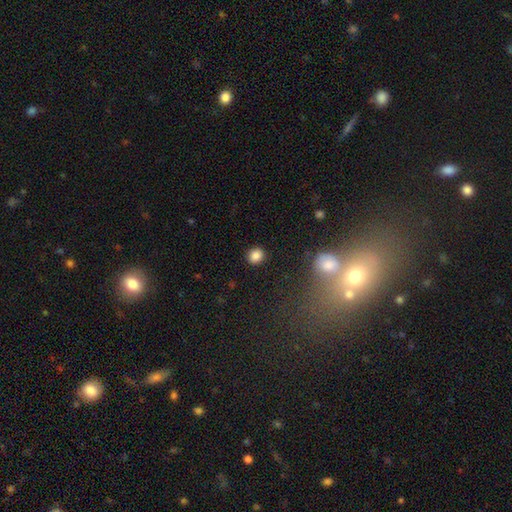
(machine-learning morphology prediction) smooth_or_featured: smooth (p=0.86) [alt: star or artifact p=0.10]
how_rounded: round (p=0.79) [alt: in between p=0.20]
merging: none (p=0.90) [alt: minor disturbance p=0.07]